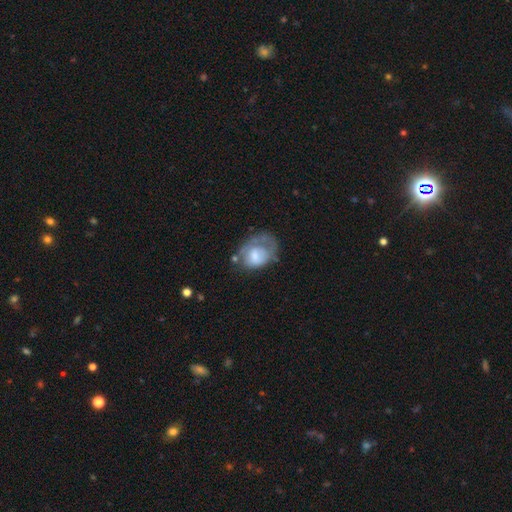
Morphology: type=smooth (55%); roundness=in between (67%); merging=major disturbance (41%).